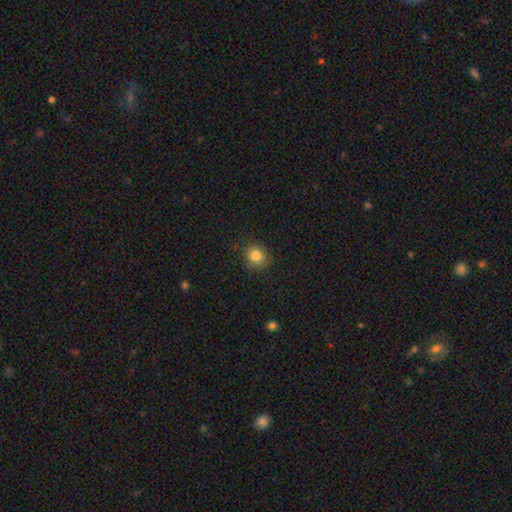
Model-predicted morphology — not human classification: Overall: smooth (83%). How rounded: round (83%). Merging: none (85%).